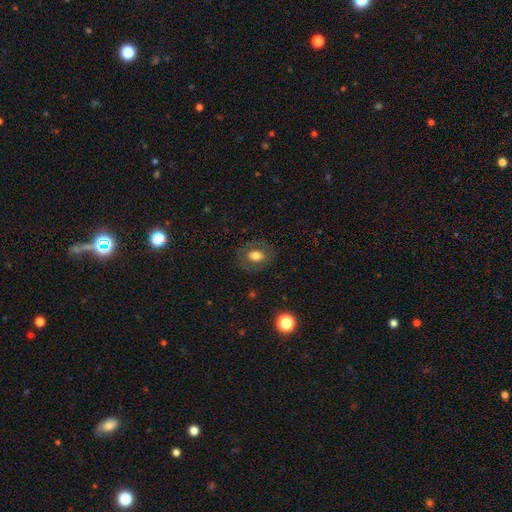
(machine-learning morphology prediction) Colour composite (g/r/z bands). It shows a smooth galaxy with no disk features (64%) that is in between round and cigar-shaped (65%). Merging: none (79%).